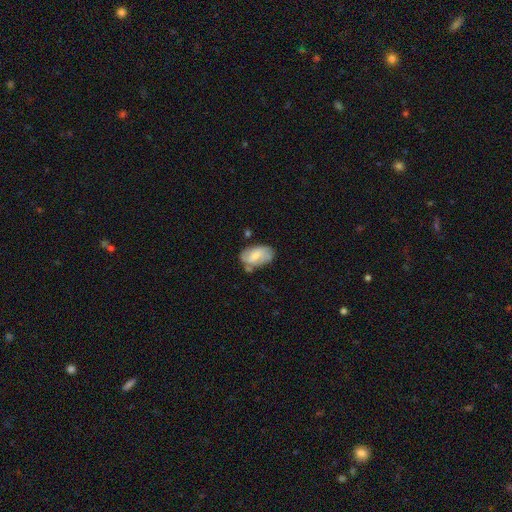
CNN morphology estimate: This is likely a smooth galaxy (61%). How rounded: clearly in between (93%). Merging: possibly none (50%).